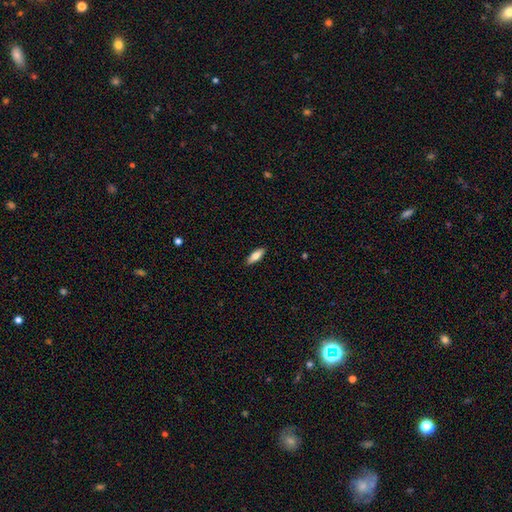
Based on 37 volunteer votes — A smooth galaxy with no disk features (68%) that is in between round and cigar-shaped (76%).

Vote fractions:
- Smooth or featured? smooth: 68% / featured or disk: 27% / star or artifact: 5%
- How rounded? in between: 76% / cigar-shaped: 16% / round: 8%
- Merging? none: 74% / minor disturbance: 14% / major disturbance: 6% / merger: 6%